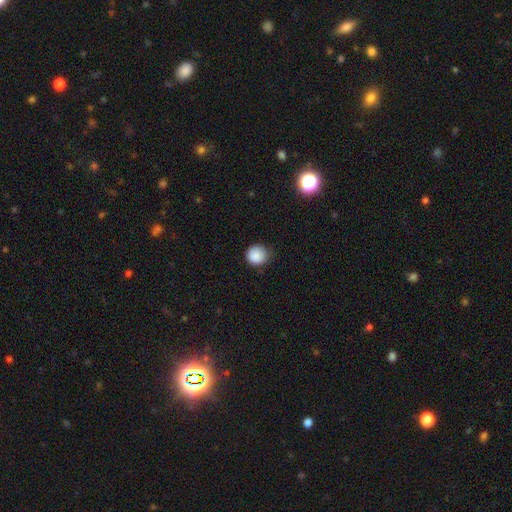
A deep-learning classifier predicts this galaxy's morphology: smooth-or-featured: smooth: 87% | star or artifact: 9% | featured or disk: 4%
  how-rounded: round: 92% | in between: 7% | cigar-shaped: 1%
  merging: none: 78% | minor disturbance: 18% | major disturbance: 3% | merger: 1%